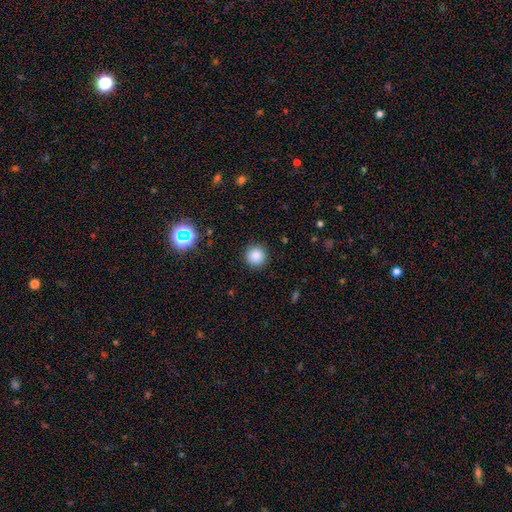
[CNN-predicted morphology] smooth_or_featured: smooth (p=0.85) [alt: star or artifact p=0.11]
how_rounded: round (p=0.95) [alt: in between p=0.04]
merging: none (p=0.91) [alt: minor disturbance p=0.06]